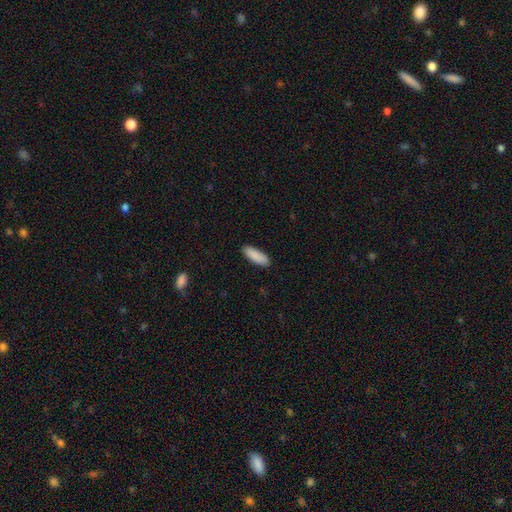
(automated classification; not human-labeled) The model was most divided on "how rounded": in between: 64%, cigar-shaped: 34%, round: 2%. More confident: smooth or featured — smooth (90%); merging — none (88%).